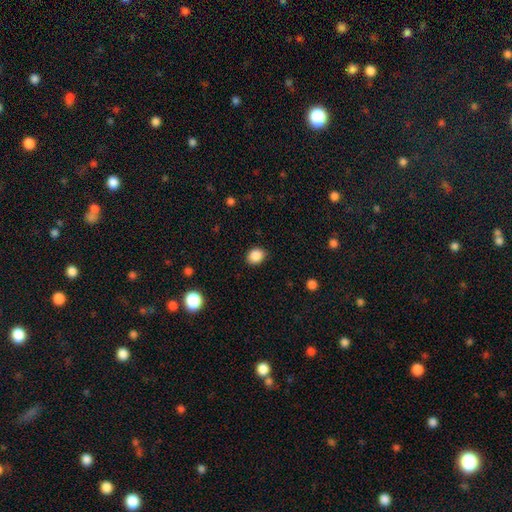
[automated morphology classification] Smooth or featured? smooth (88%)
How rounded? round (53%)
Merging? none (87%)